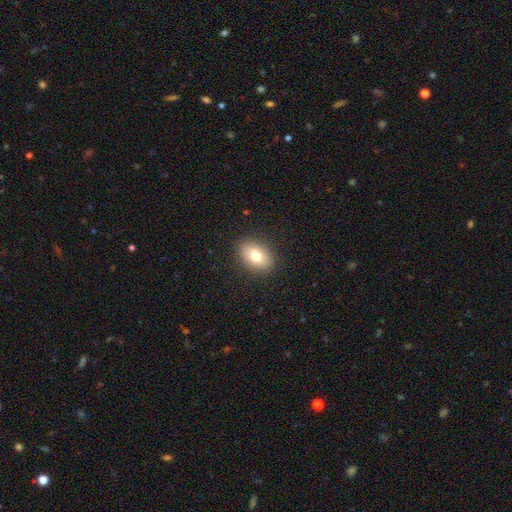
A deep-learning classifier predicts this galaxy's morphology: type=smooth (75%); roundness=in between (82%); merging=none (88%).